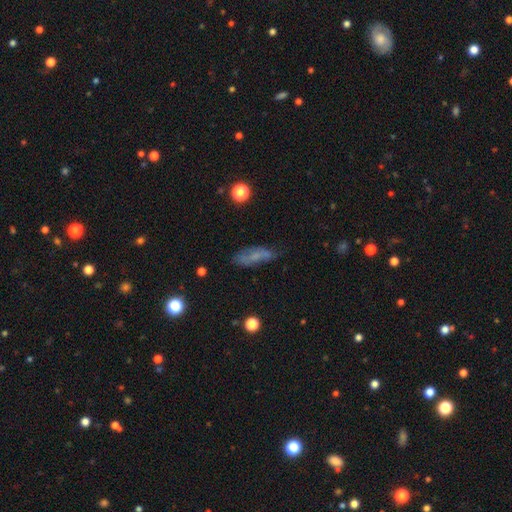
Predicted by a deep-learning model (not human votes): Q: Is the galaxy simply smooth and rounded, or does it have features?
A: smooth — 53%.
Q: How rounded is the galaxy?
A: in between — 52%.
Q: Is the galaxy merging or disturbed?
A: none — 64%.